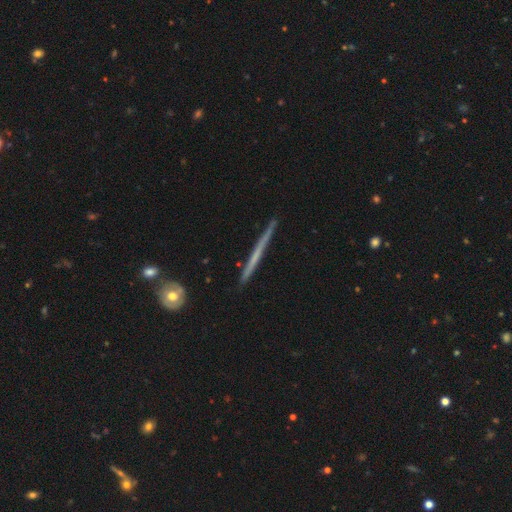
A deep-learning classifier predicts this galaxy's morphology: This is likely a featured or disk galaxy (63%). It is clearly viewed edge-on (97%). Edge-on bulge: clearly none (86%). Merging: clearly none (89%).